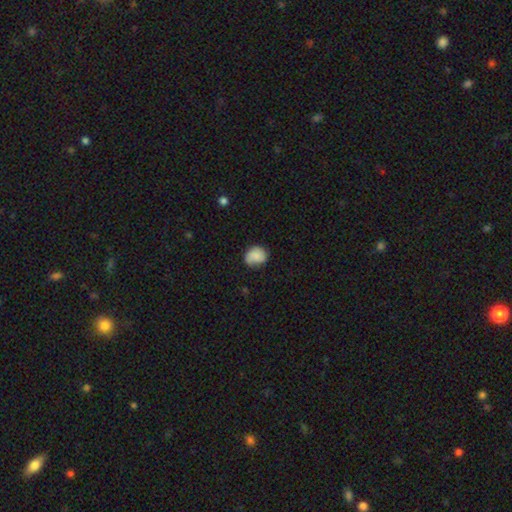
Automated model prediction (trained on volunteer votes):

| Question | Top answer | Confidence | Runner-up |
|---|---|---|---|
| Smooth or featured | smooth | 76% | featured or disk (16%) |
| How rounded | round | 61% | in between (38%) |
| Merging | none | 64% | minor disturbance (27%) |